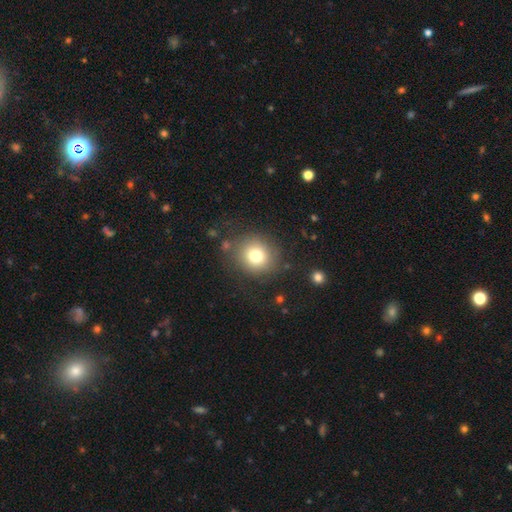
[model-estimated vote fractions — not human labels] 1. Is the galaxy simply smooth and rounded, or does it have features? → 77% smooth, 12% star or artifact, 11% featured or disk.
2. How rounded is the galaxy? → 85% round, 14% in between, 1% cigar-shaped.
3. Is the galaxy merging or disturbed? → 80% none, 11% minor disturbance, 6% major disturbance, 3% merger.